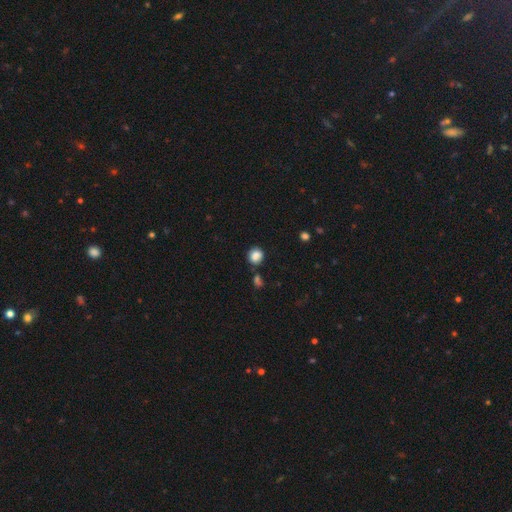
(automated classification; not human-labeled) A smooth galaxy with no disk features (86%) that is round (76%).

Vote fractions:
- Smooth or featured? smooth: 86% / star or artifact: 10% / featured or disk: 4%
- How rounded? round: 76% / in between: 23% / cigar-shaped: 1%
- Merging? none: 72% / minor disturbance: 14% / merger: 9% / major disturbance: 4%